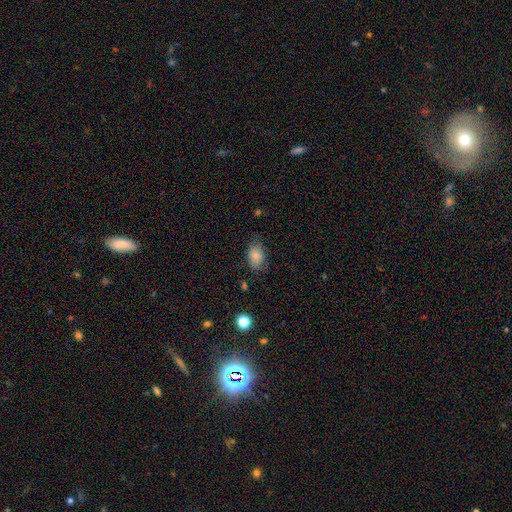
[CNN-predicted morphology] type=smooth (84%); roundness=in between (86%); merging=none (70%).